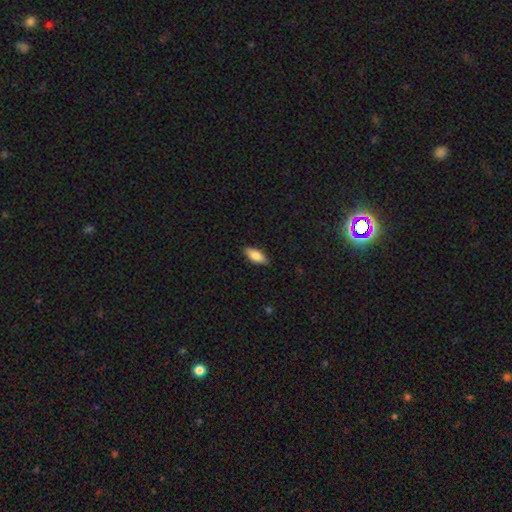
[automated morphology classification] Smooth or featured: smooth — 81% (featured or disk — 13%)
How rounded: in between — 81% (cigar-shaped — 17%)
Merging: none — 88% (minor disturbance — 9%)